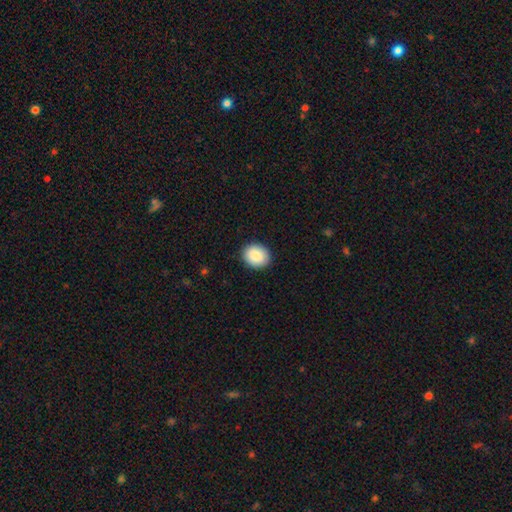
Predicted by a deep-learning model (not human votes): This is clearly a smooth galaxy (89%). How rounded: possibly round (59%). Merging: clearly none (90%).